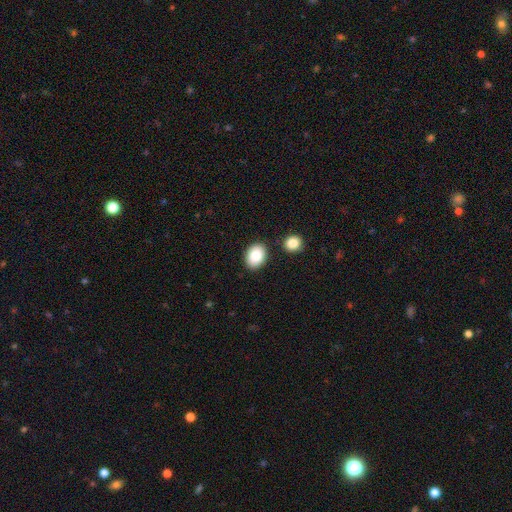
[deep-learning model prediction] Overall: smooth (85%). How rounded: in between (73%). Merging: none (83%).